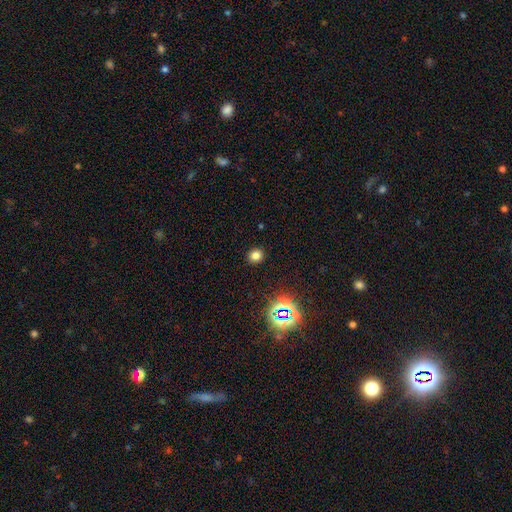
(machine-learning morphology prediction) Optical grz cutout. It shows a smooth galaxy with no disk features (75%) that is round (82%). Merging: none (91%).